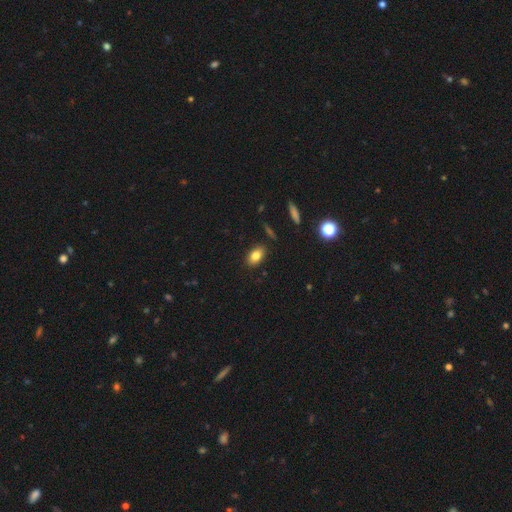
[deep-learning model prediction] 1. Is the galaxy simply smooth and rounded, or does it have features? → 80% smooth, 10% featured or disk, 9% star or artifact.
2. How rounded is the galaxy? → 88% in between, 10% round, 3% cigar-shaped.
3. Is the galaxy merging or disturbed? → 86% none, 10% minor disturbance, 2% major disturbance, 2% merger.